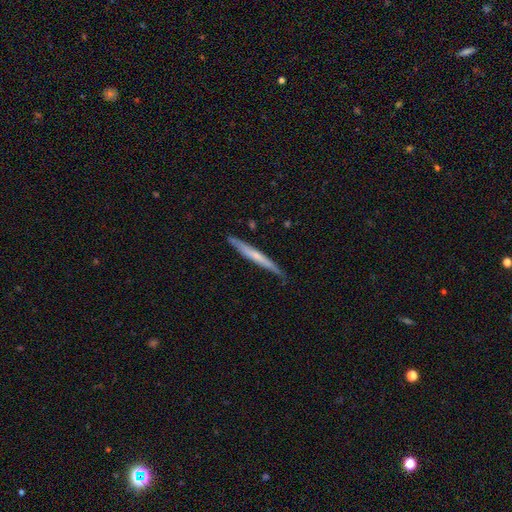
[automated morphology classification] The model was most divided on "smooth or featured": smooth: 49%, featured or disk: 46%, star or artifact: 5%. More confident: merging — none (77%).